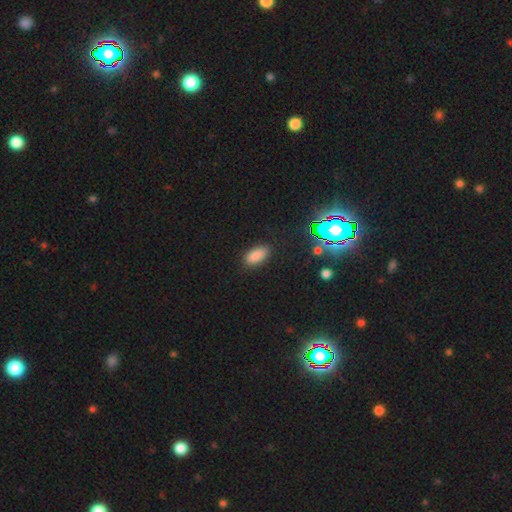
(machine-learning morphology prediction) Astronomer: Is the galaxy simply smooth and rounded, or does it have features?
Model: smooth — 83%.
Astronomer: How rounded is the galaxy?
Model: in between — 87%.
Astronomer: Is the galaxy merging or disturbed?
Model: none — 86%.